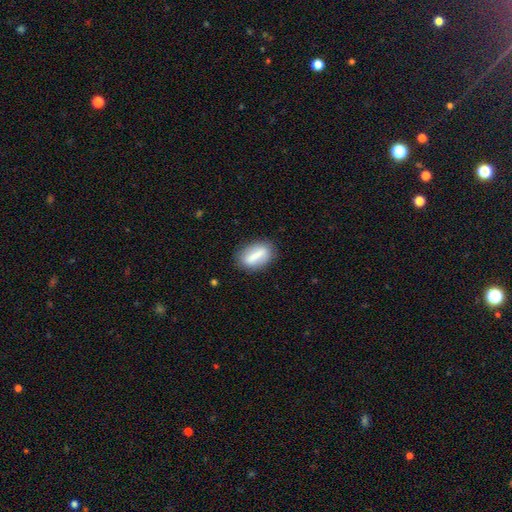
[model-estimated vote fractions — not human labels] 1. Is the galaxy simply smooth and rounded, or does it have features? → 65% smooth, 27% featured or disk, 8% star or artifact.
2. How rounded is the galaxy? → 71% in between, 21% cigar-shaped, 8% round.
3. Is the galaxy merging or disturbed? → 81% none, 13% minor disturbance, 4% major disturbance, 2% merger.